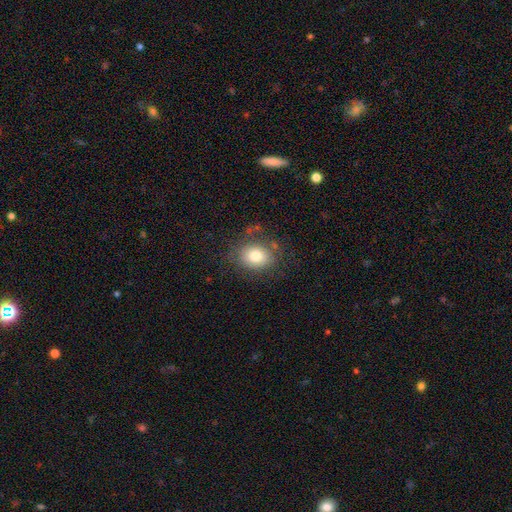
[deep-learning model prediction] The model was most divided on "how rounded": in between: 53%, round: 46%, cigar-shaped: 1%. More confident: smooth or featured — smooth (79%); merging — none (77%).